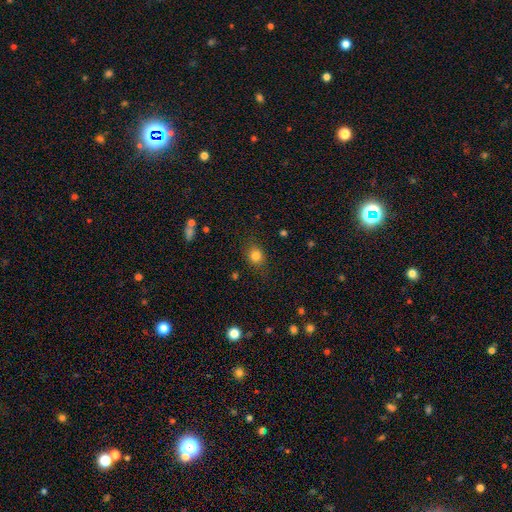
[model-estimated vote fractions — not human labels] The model was most divided on "how rounded": round: 62%, in between: 36%, cigar-shaped: 1%. More confident: smooth or featured — smooth (81%); merging — none (81%).